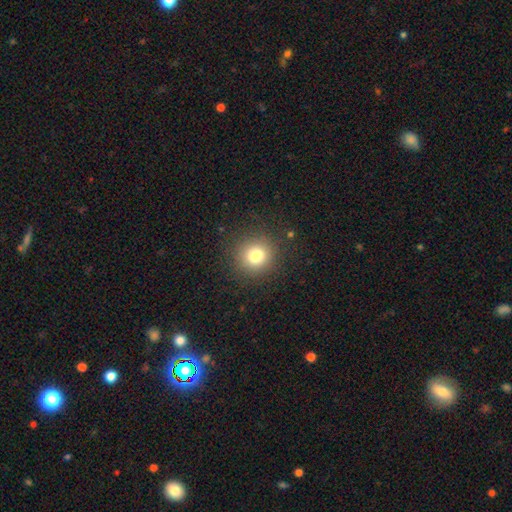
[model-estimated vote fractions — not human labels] Q: Smooth or featured?
A: smooth (78%); runner-up: star or artifact (14%)
Q: How rounded?
A: round (93%); runner-up: in between (6%)
Q: Merging?
A: none (89%); runner-up: minor disturbance (7%)